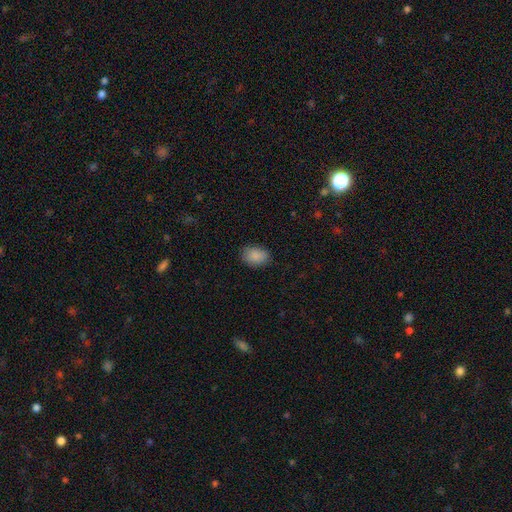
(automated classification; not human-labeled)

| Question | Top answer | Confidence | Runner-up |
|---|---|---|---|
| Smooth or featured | smooth | 89% | star or artifact (7%) |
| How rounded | in between | 81% | round (18%) |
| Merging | none | 85% | minor disturbance (12%) |